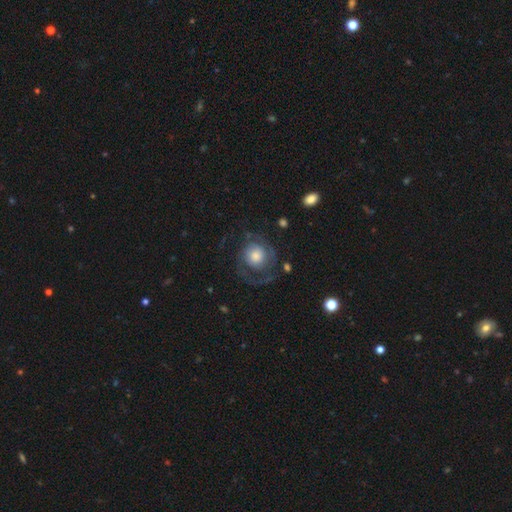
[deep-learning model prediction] Q: Smooth or featured?
A: featured or disk (69%); runner-up: smooth (24%)
Q: Edge-on disk?
A: no (98%); runner-up: yes (2%)
Q: Bar?
A: no (79%); runner-up: weak (18%)
Q: Spiral arms?
A: yes (87%); runner-up: no (13%)
Q: Spiral winding?
A: tight (40%); runner-up: medium (39%)
Q: Spiral arm count?
A: 2 (54%); runner-up: 1 (19%)
Q: Bulge size?
A: moderate (42%); runner-up: large (35%)
Q: Merging?
A: none (63%); runner-up: major disturbance (20%)